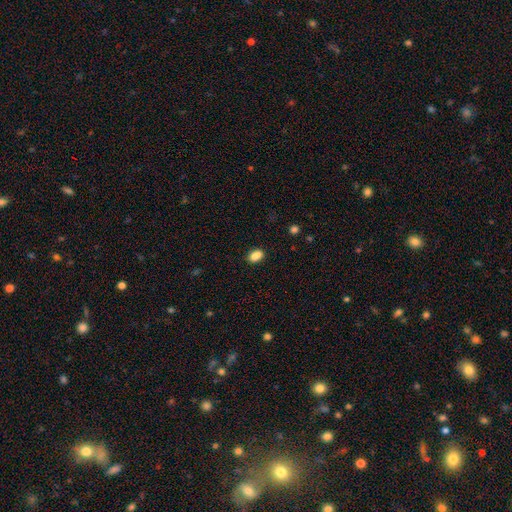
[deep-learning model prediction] Smooth or featured? smooth (86%)
How rounded? in between (84%)
Merging? none (82%)